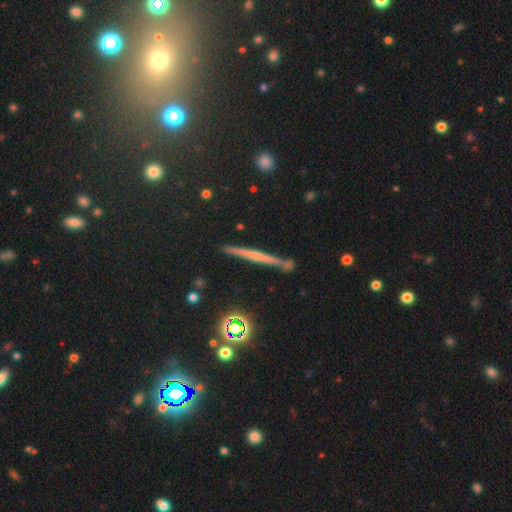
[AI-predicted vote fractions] A featured or disk galaxy (52%) viewed edge-on (96%) with no central bulge (51%). Merging: none (85%).